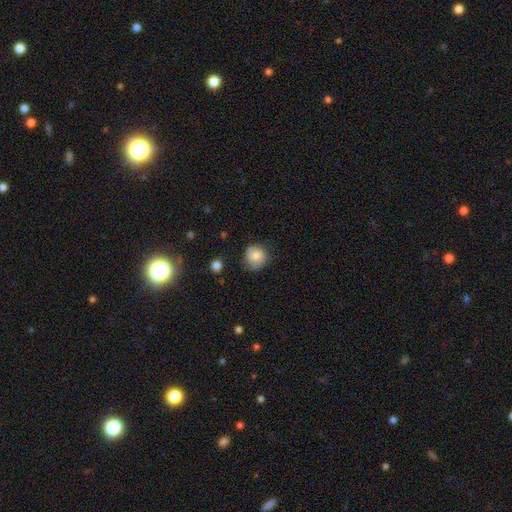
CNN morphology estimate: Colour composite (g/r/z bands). It shows a smooth galaxy with no disk features (78%) that is round (86%). Merging: none (69%).